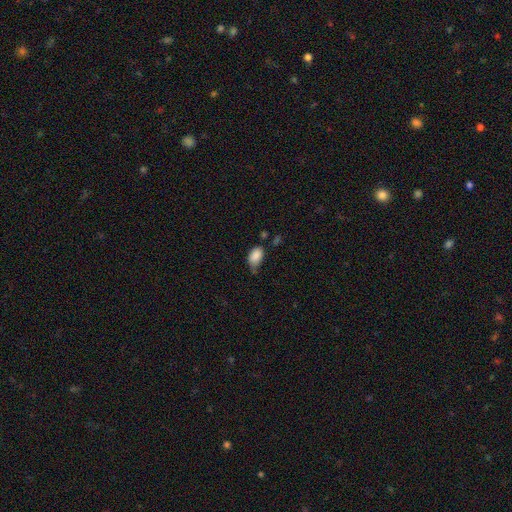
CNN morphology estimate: Smooth or featured: smooth — 86% (star or artifact — 8%)
How rounded: in between — 90% (round — 9%)
Merging: none — 44% (minor disturbance — 38%)